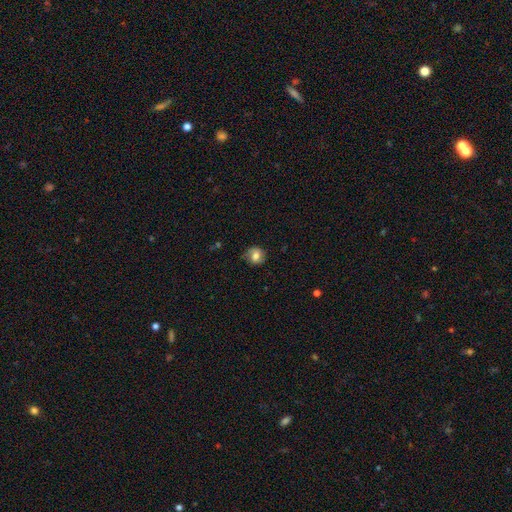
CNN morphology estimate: The model was most divided on "smooth or featured": smooth: 63%, featured or disk: 27%, star or artifact: 9%. More confident: how rounded — round (71%); merging — none (67%).